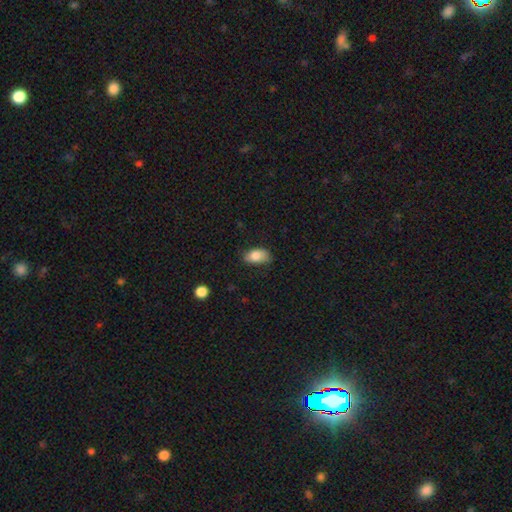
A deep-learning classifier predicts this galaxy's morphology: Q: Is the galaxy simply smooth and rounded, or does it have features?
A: smooth — 83%.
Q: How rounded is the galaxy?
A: in between — 91%.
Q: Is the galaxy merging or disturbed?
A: none — 69%.